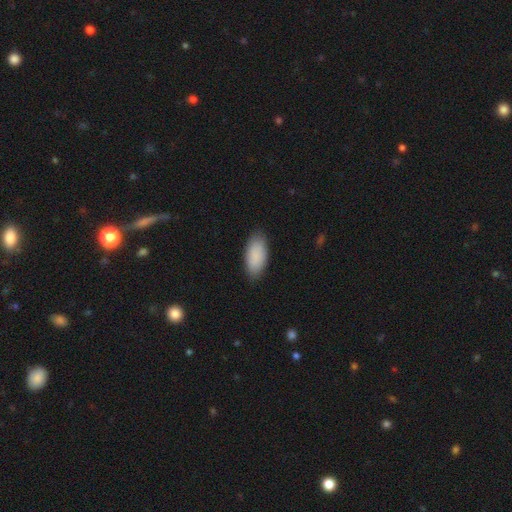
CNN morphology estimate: Overall: smooth (89%). How rounded: in between (92%). Merging: none (86%).